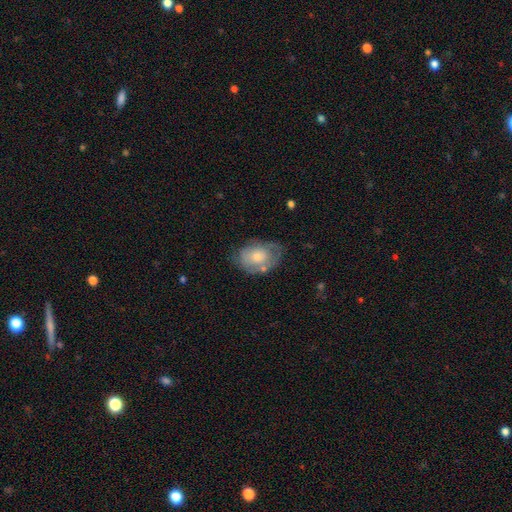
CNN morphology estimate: Overall: smooth (50%; featured or disk 42%). Merging: none (59%; minor disturbance 27%).